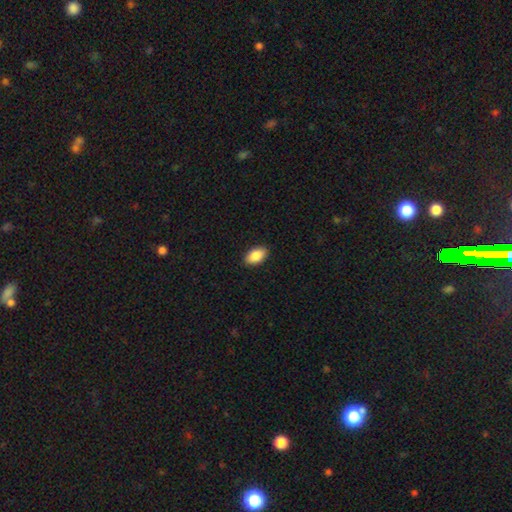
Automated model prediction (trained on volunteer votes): This is clearly a smooth galaxy (87%). How rounded: clearly in between (93%). Merging: clearly none (89%).